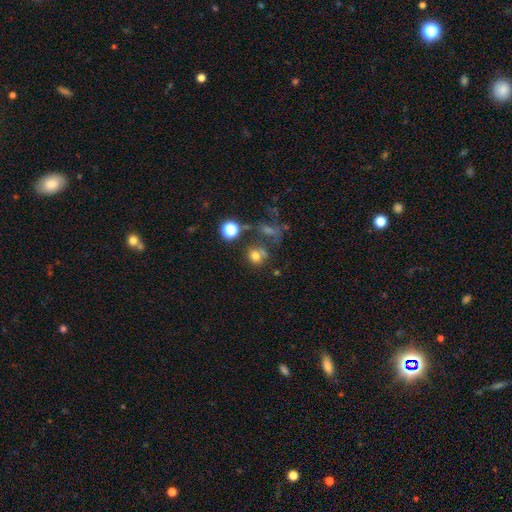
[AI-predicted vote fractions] smooth-or-featured: smooth: 69% | star or artifact: 20% | featured or disk: 11%
  how-rounded: round: 75% | in between: 24% | cigar-shaped: 1%
  merging: none: 57% | merger: 19% | minor disturbance: 14% | major disturbance: 9%